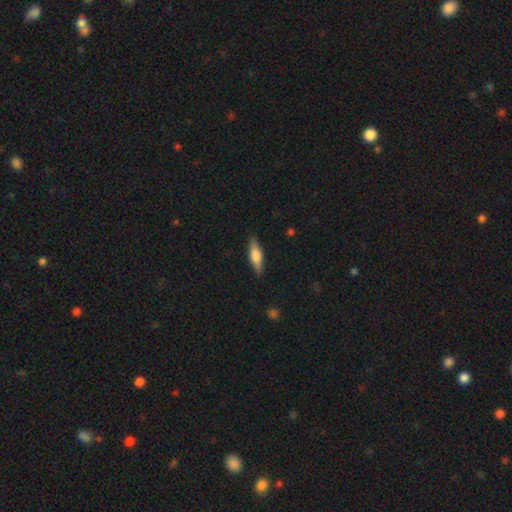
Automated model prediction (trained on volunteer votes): Smooth or featured?
  - smooth: 58% *
  - featured or disk: 36%
  - star or artifact: 6%
How rounded?
  - cigar-shaped: 58% *
  - in between: 40%
  - round: 3%
Merging?
  - none: 87% *
  - minor disturbance: 10%
  - major disturbance: 2%
  - merger: 1%